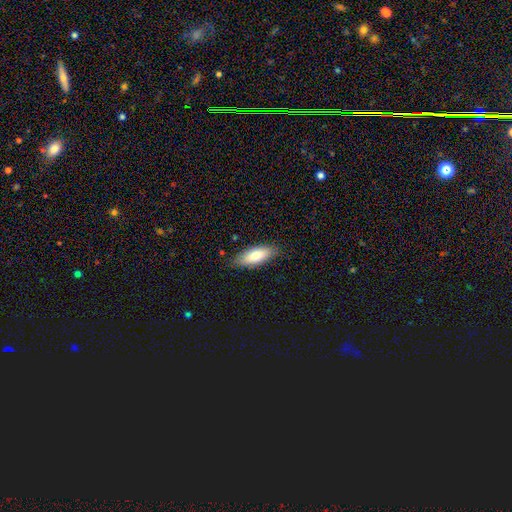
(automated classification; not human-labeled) Morphology: type=smooth (77%); roundness=in between (73%); merging=none (83%).